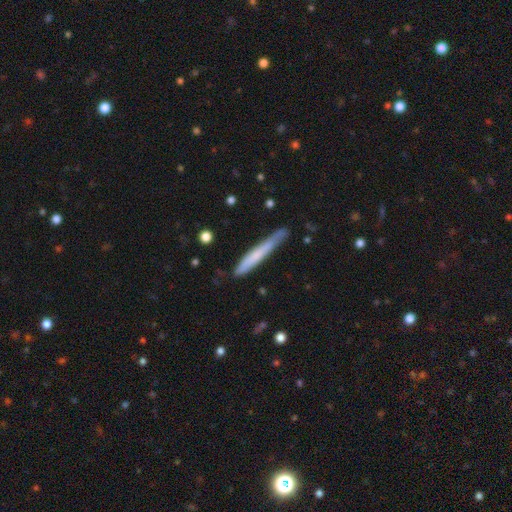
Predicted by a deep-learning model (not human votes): Morphology: type=smooth (62%); roundness=cigar-shaped (96%); merging=none (70%).